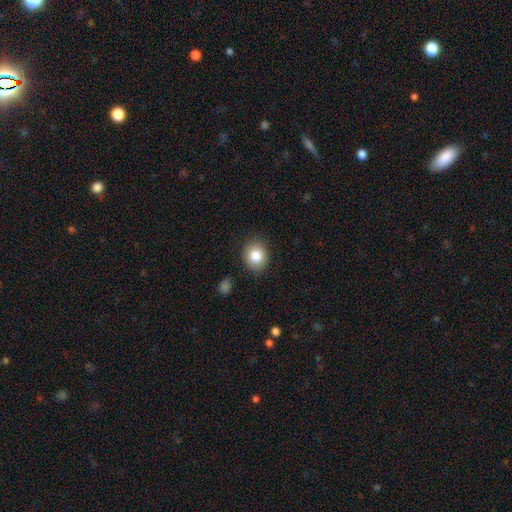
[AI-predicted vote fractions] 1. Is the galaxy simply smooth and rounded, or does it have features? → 82% smooth, 9% star or artifact, 9% featured or disk.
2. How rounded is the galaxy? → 63% round, 37% in between, 1% cigar-shaped.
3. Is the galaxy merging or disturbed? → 87% none, 9% minor disturbance, 2% major disturbance, 1% merger.